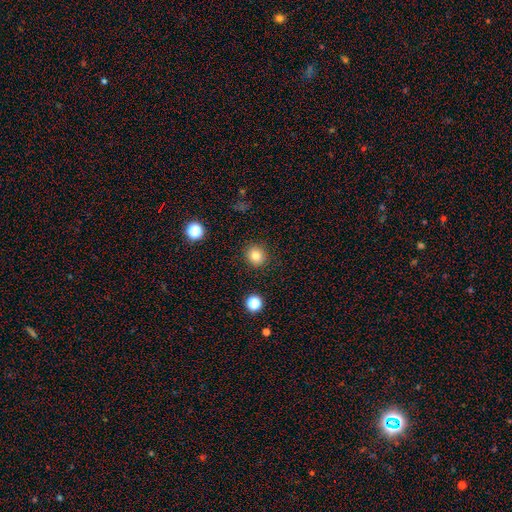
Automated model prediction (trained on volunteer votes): This is clearly a smooth galaxy (81%). How rounded: clearly round (90%). Merging: clearly none (90%).